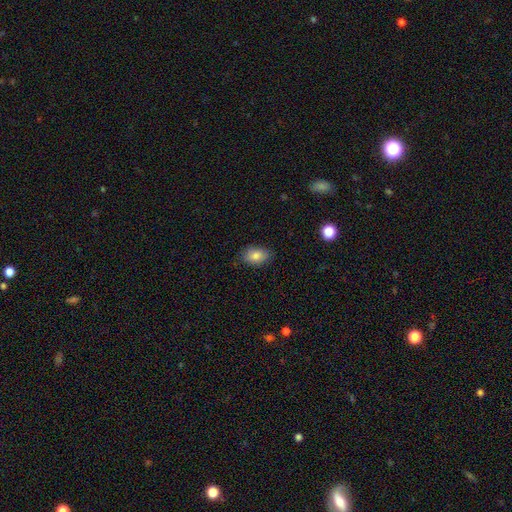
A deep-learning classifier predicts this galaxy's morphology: smooth_or_featured: smooth (p=0.84) [alt: featured or disk p=0.08]
how_rounded: in between (p=0.86) [alt: round p=0.12]
merging: none (p=0.85) [alt: minor disturbance p=0.12]